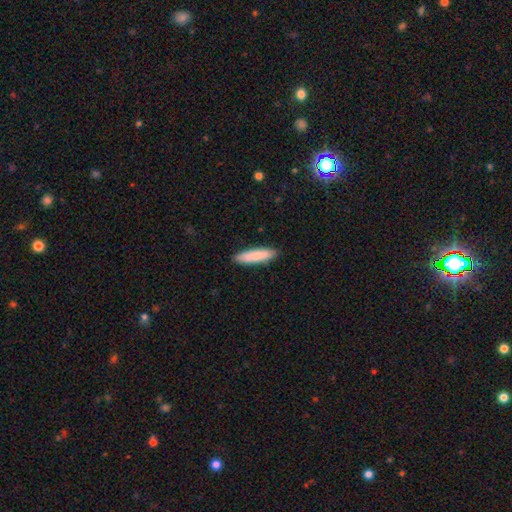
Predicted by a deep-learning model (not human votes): A smooth galaxy with no disk features (84%) that is cigar-shaped (72%). Merging: none (89%).